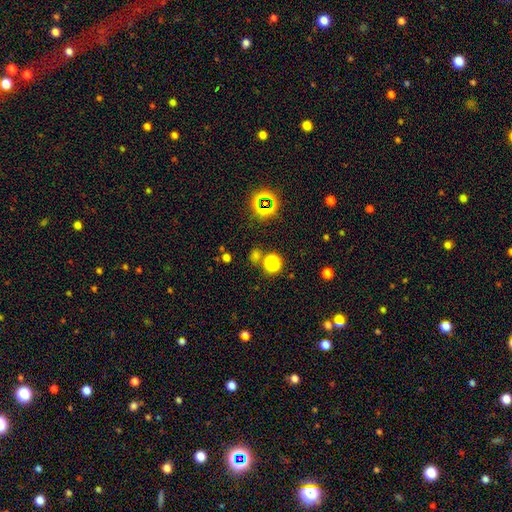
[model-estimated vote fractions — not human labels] A smooth galaxy with no disk features (54%) that is round (82%).

Vote fractions:
- Smooth or featured? smooth: 54% / star or artifact: 39% / featured or disk: 7%
- How rounded? round: 82% / in between: 16% / cigar-shaped: 1%
- Merging? none: 72% / merger: 15% / minor disturbance: 9% / major disturbance: 4%